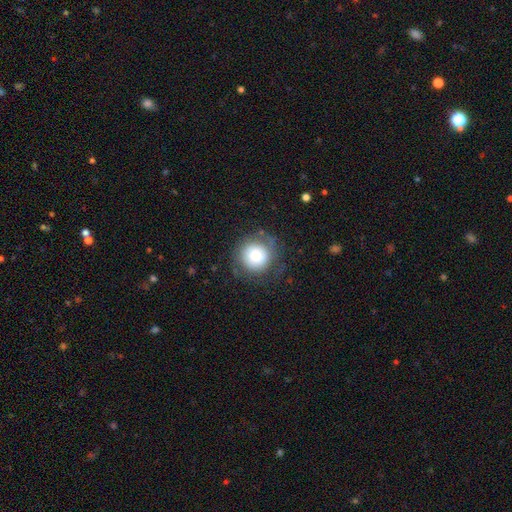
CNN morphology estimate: This appears to be a smooth galaxy with no disk features (72%) that is round (94%). Merging: none (75%).